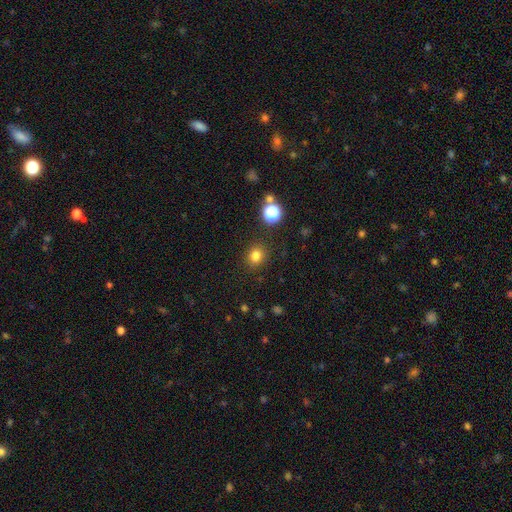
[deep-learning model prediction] Overall: smooth (79%). How rounded: round (76%). Merging: none (87%).